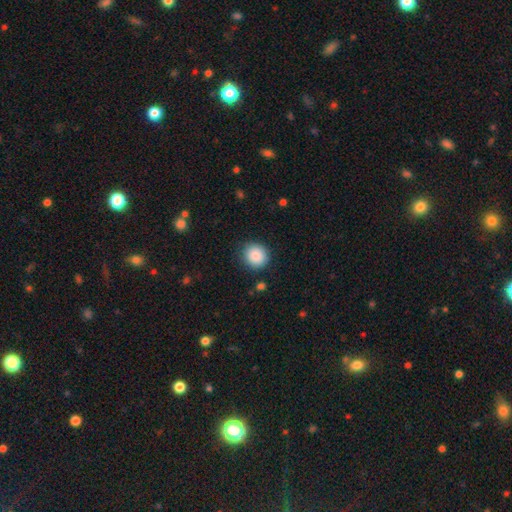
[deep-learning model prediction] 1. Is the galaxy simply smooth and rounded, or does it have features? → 87% smooth, 8% star or artifact, 4% featured or disk.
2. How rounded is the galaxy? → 90% round, 9% in between, 1% cigar-shaped.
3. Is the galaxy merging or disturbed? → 87% none, 9% minor disturbance, 3% major disturbance, 1% merger.